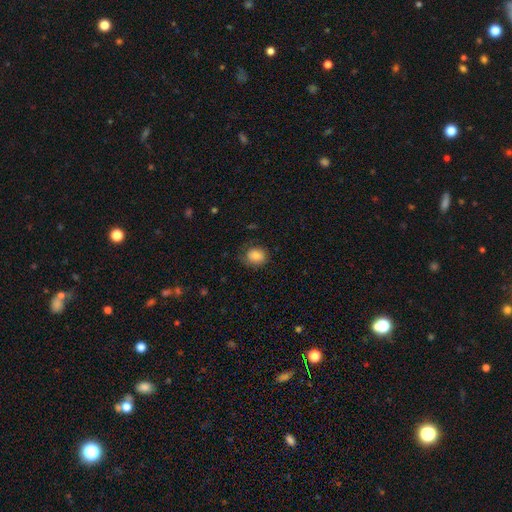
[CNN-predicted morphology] Overall: smooth (83%). How rounded: round (56%; in between 43%). Merging: none (69%).